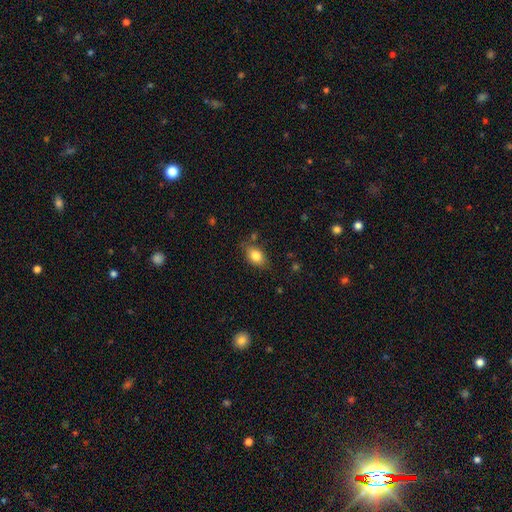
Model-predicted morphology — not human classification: smooth_or_featured: smooth (p=0.82) [alt: featured or disk p=0.09]
how_rounded: in between (p=0.83) [alt: round p=0.14]
merging: none (p=0.76) [alt: minor disturbance p=0.16]